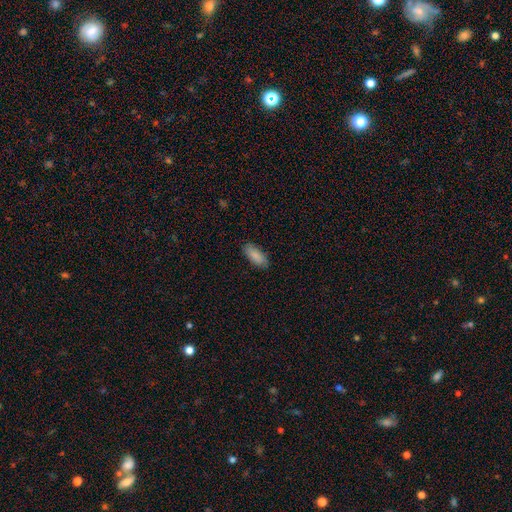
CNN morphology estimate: Smooth or featured? Predicted: smooth (p=0.87). How rounded? Predicted: in between (p=0.84). Merging? Predicted: none (p=0.86).